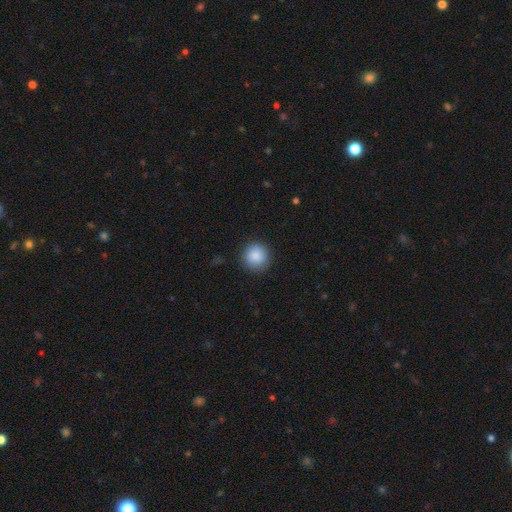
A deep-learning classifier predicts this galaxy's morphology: Smooth or featured? smooth (89%)
How rounded? round (94%)
Merging? none (90%)